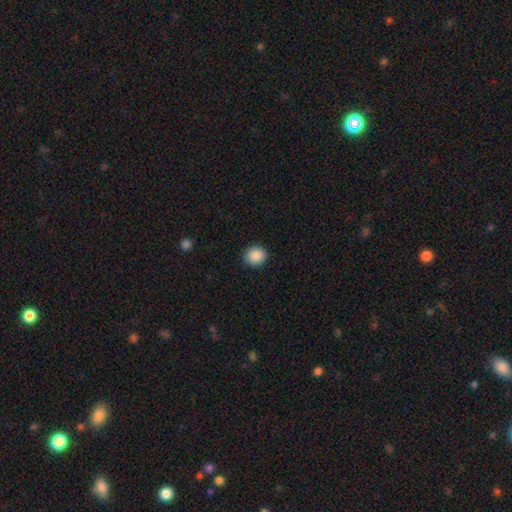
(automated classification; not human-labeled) smooth_or_featured: smooth (p=0.88) [alt: star or artifact p=0.09]
how_rounded: round (p=0.90) [alt: in between p=0.10]
merging: none (p=0.91) [alt: minor disturbance p=0.06]